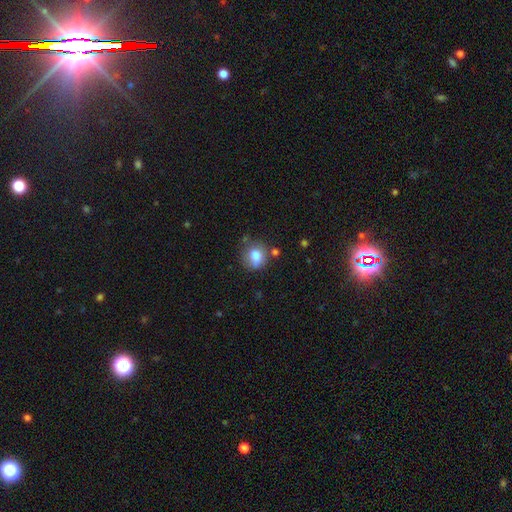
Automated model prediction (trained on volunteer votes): Smooth or featured? Predicted: smooth (p=0.80). How rounded? Predicted: round (p=0.69). Merging? Predicted: none (p=0.61).